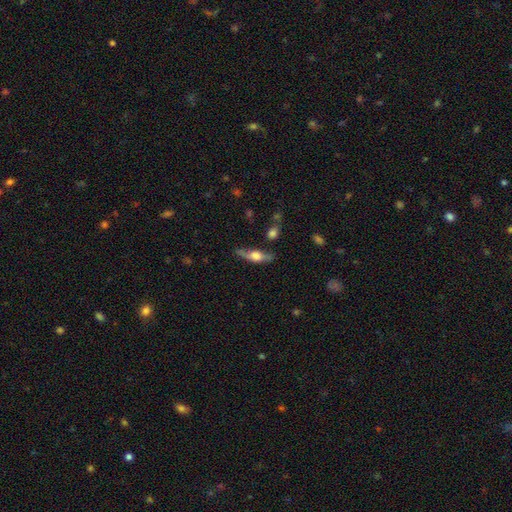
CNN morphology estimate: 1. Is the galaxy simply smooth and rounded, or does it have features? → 55% featured or disk, 38% smooth, 7% star or artifact.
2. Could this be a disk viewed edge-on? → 87% yes, 13% no.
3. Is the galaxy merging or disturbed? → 71% none, 19% minor disturbance, 6% major disturbance, 4% merger.